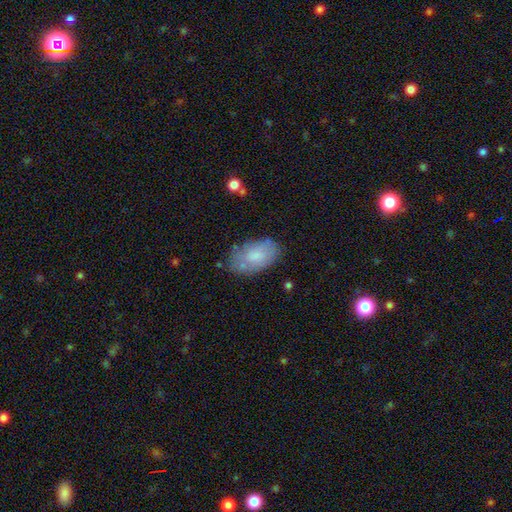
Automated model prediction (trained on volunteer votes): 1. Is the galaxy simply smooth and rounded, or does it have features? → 72% smooth, 21% featured or disk, 7% star or artifact.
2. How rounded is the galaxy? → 94% in between, 4% round, 1% cigar-shaped.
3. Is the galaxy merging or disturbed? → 69% none, 22% minor disturbance, 6% major disturbance, 3% merger.